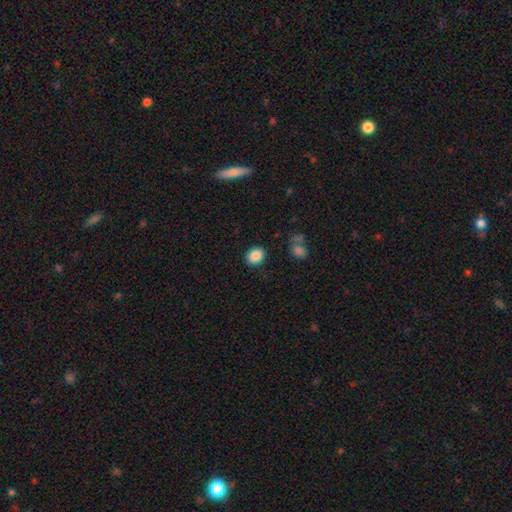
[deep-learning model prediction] A smooth galaxy with no disk features (87%) that is round (57%).

Vote fractions:
- Smooth or featured? smooth: 87% / star or artifact: 9% / featured or disk: 4%
- How rounded? round: 57% / in between: 43% / cigar-shaped: 1%
- Merging? none: 86% / minor disturbance: 9% / major disturbance: 3% / merger: 2%